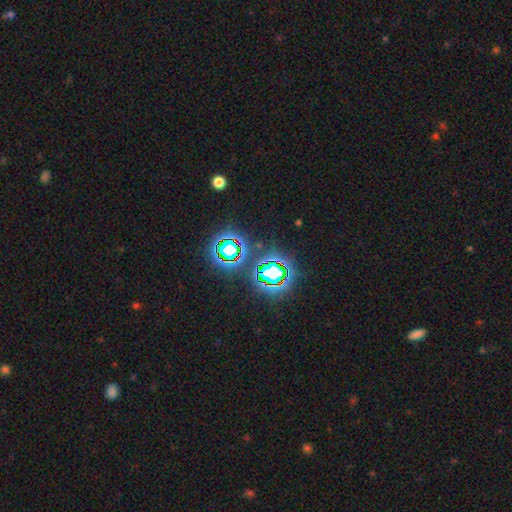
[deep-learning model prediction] A star or artifact, not a galaxy (74%).

Vote fractions:
- Smooth or featured? star or artifact: 74% / smooth: 18% / featured or disk: 8%